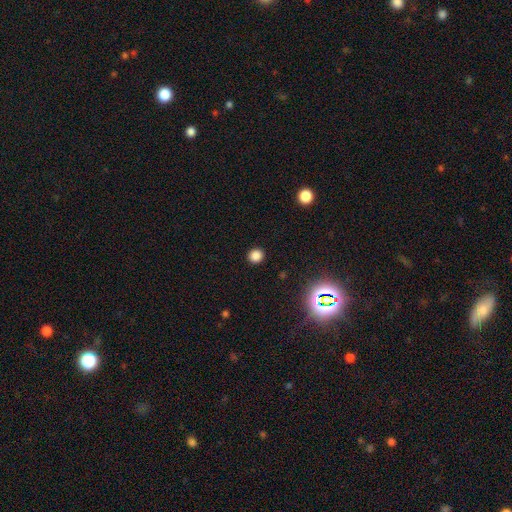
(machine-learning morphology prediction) smooth 81%, star or artifact 15%, featured or disk 4%. Down the decision tree: how rounded — round (87%); merging — none (92%).